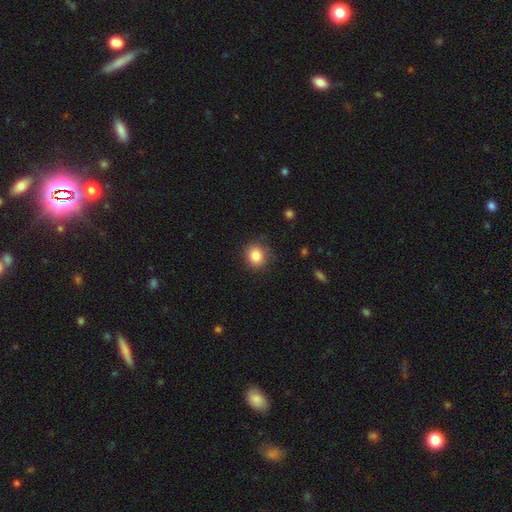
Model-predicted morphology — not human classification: smooth 84%, star or artifact 10%, featured or disk 5%. Down the decision tree: how rounded — round (80%); merging — none (81%).